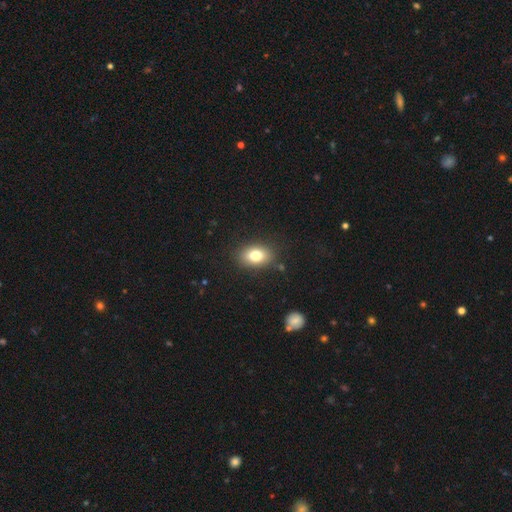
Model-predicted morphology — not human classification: type=smooth (79%); roundness=in between (81%); merging=none (85%).